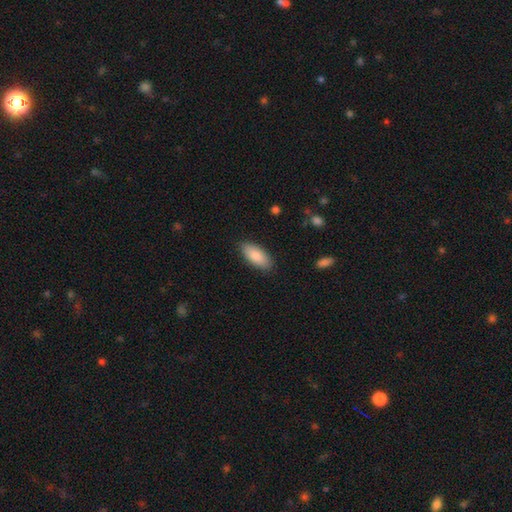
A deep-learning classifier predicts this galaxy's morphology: This is clearly a smooth galaxy (86%). How rounded: clearly in between (87%). Merging: clearly none (86%).